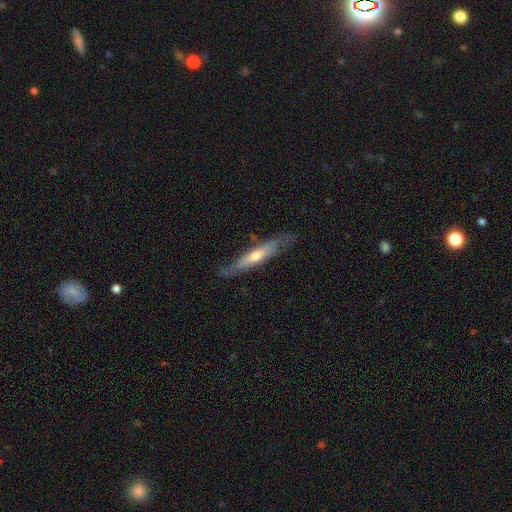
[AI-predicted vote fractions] This appears to be a featured or disk galaxy (60%) viewed edge-on (80%). Merging: none (76%).